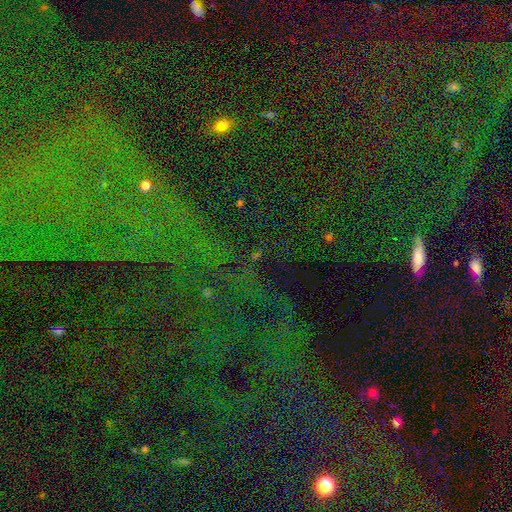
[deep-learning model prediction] A star or artifact, not a galaxy (75%).